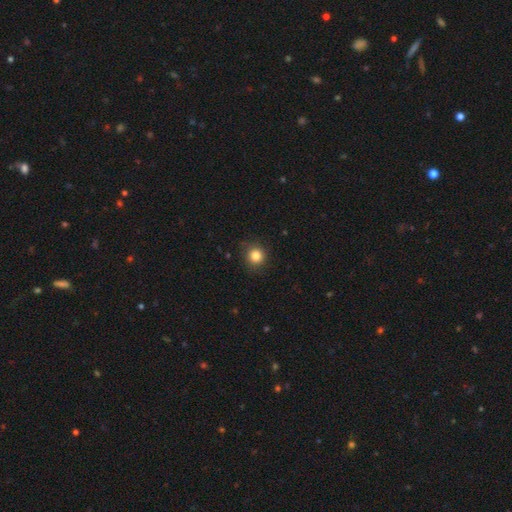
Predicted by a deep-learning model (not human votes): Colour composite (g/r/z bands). It shows a smooth galaxy with no disk features (84%) that is round (90%). Merging: none (88%).